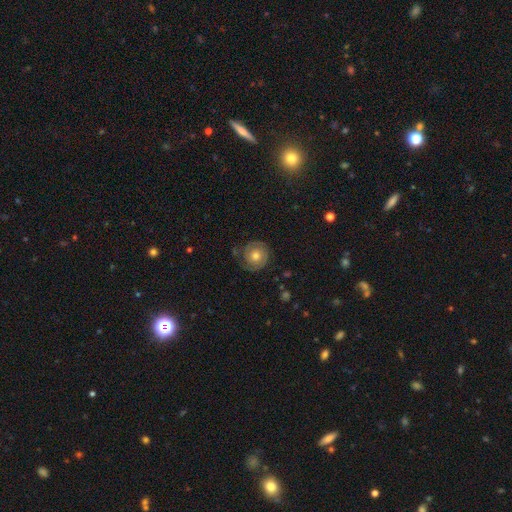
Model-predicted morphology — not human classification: Smooth or featured? Predicted: featured or disk (p=0.57). Edge-on disk? Predicted: no (p=0.98). Bar? Predicted: no (p=0.85). Spiral arms? Predicted: yes (p=0.83). Bulge size? Predicted: moderate (p=0.70). Merging? Predicted: none (p=0.74).